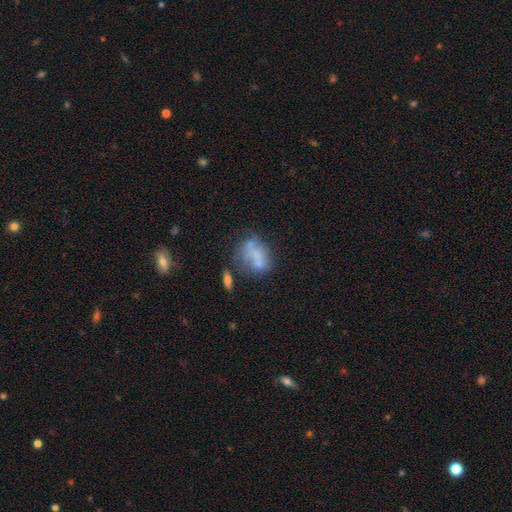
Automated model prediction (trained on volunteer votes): Q: Smooth or featured?
A: smooth (53%); runner-up: featured or disk (34%)
Q: How rounded?
A: in between (72%); runner-up: round (26%)
Q: Merging?
A: none (33%); runner-up: merger (25%)